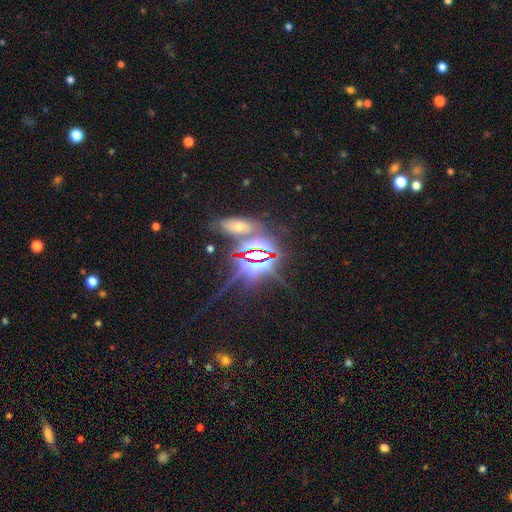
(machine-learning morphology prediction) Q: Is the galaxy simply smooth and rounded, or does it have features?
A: star or artifact — 76%.